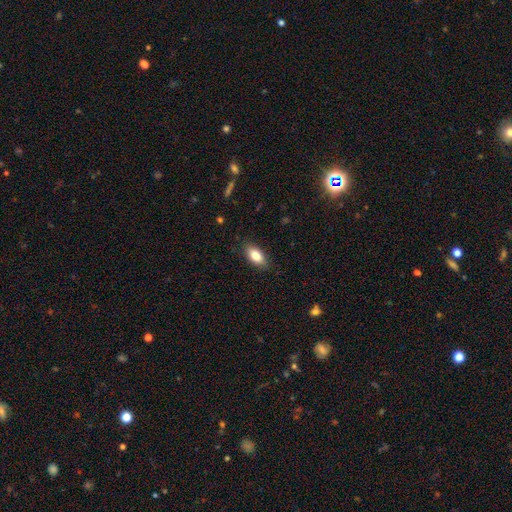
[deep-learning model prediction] smooth 81%, featured or disk 12%, star or artifact 7%. Down the decision tree: how rounded — in between (90%); merging — none (87%).